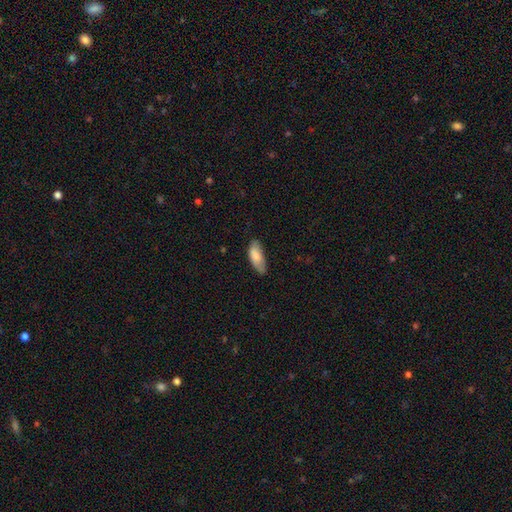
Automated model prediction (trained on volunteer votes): Q: Smooth or featured?
A: smooth (82%); runner-up: featured or disk (12%)
Q: How rounded?
A: in between (80%); runner-up: cigar-shaped (18%)
Q: Merging?
A: none (65%); runner-up: minor disturbance (28%)